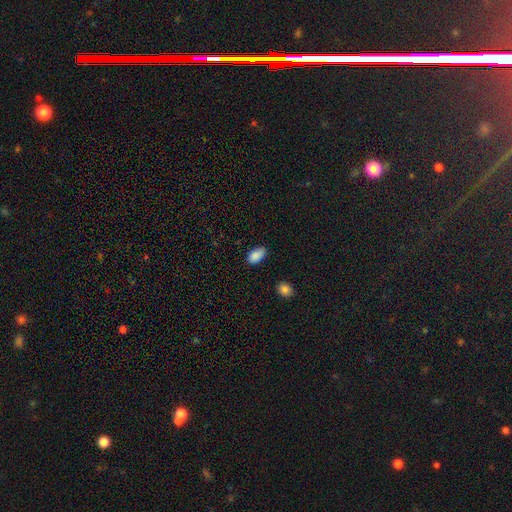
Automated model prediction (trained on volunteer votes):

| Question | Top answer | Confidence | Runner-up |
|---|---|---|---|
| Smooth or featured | smooth | 88% | star or artifact (8%) |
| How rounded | in between | 93% | round (5%) |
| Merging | none | 76% | minor disturbance (19%) |